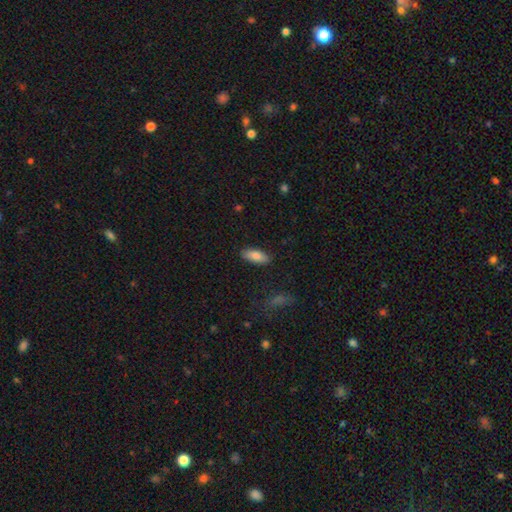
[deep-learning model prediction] smooth 85%, featured or disk 8%, star or artifact 6%. Down the decision tree: how rounded — in between (80%); merging — none (87%).